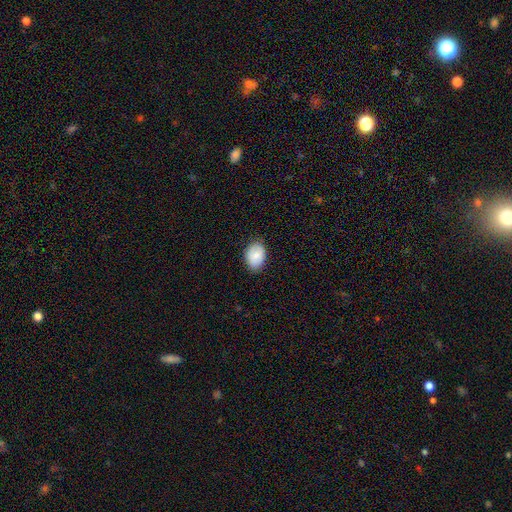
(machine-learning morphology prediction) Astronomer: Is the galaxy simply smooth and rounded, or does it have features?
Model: smooth — 76%.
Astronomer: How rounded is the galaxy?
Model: in between — 76%.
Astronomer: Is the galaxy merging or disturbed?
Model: none — 81%.